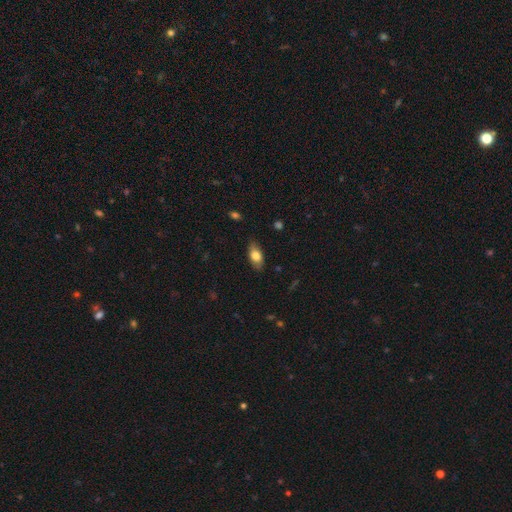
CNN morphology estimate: This is likely a smooth galaxy (77%). How rounded: clearly in between (88%). Merging: clearly none (81%).